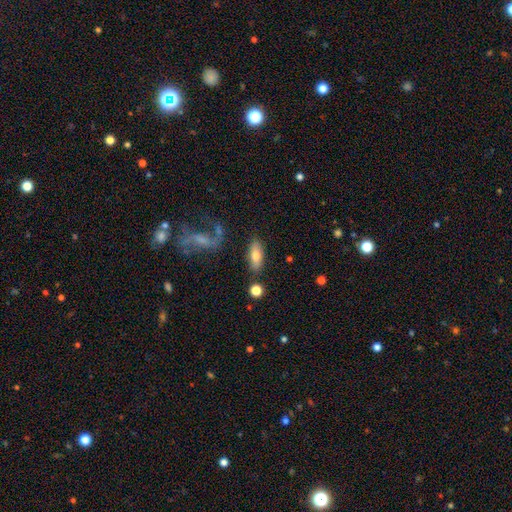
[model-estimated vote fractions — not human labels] Smooth or featured? Predicted: smooth (p=0.72). How rounded? Predicted: in between (p=0.76). Merging? Predicted: none (p=0.78).